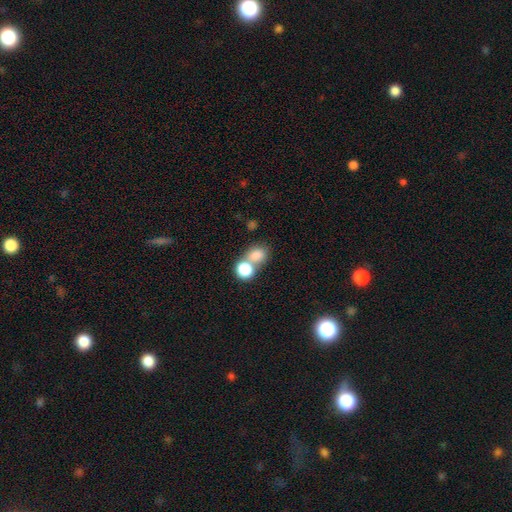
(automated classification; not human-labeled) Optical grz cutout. It shows a smooth galaxy with no disk features (78%) that is round (59%). Merging: merger (48%).